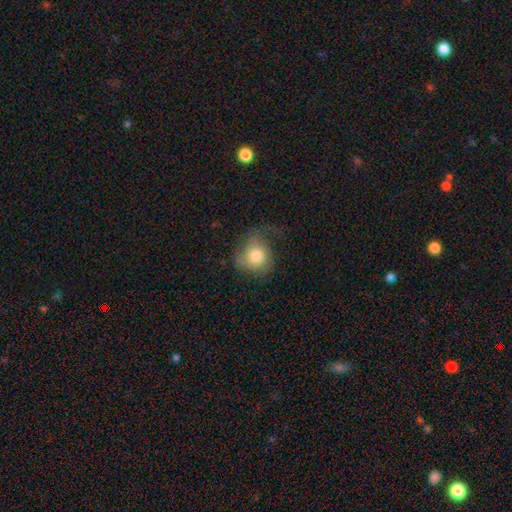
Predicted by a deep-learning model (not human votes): This is likely a smooth galaxy (64%). How rounded: likely round (75%). Merging: marginally none (39%).